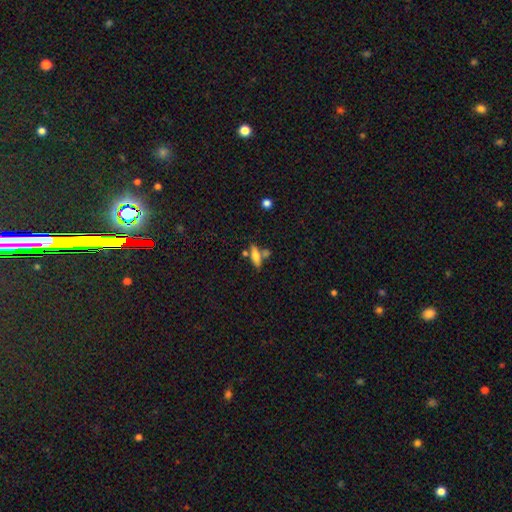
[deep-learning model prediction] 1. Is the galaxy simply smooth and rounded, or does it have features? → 58% smooth, 33% featured or disk, 9% star or artifact.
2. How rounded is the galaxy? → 54% cigar-shaped, 43% in between, 4% round.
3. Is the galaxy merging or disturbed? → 58% none, 23% merger, 14% minor disturbance, 5% major disturbance.